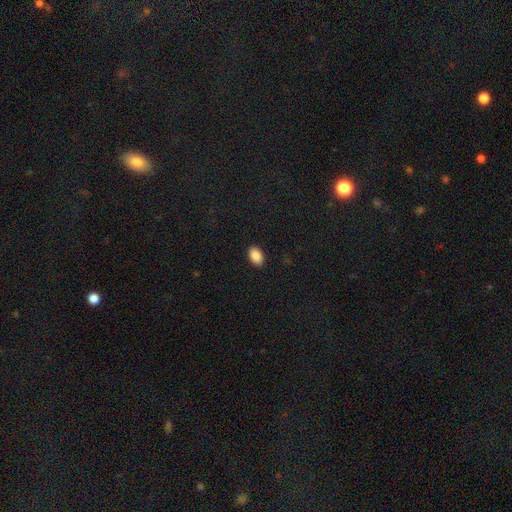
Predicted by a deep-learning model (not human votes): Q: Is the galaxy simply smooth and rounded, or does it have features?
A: smooth — 89%.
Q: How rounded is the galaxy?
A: in between — 90%.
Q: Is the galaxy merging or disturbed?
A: none — 90%.